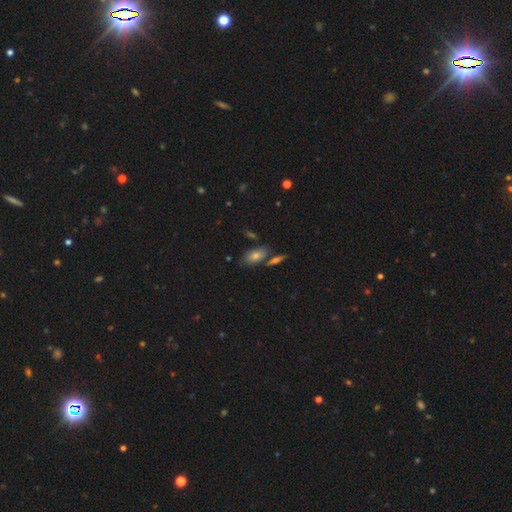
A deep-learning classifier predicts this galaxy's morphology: A smooth galaxy with no disk features (68%) that is in between round and cigar-shaped (88%). Merging: none (68%).